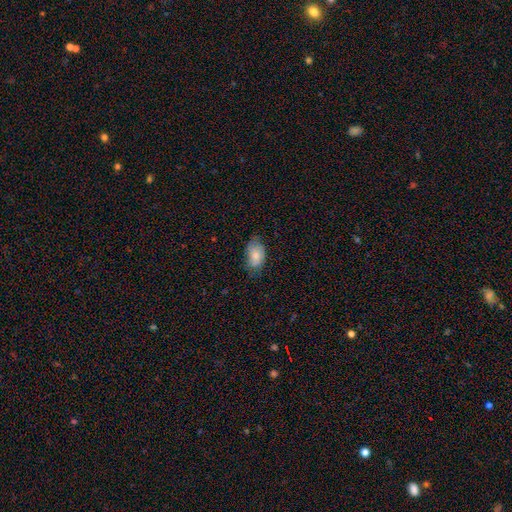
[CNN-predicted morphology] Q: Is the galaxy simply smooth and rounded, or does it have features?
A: smooth — 78%.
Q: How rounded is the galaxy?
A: in between — 92%.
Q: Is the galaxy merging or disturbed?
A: none — 66%.